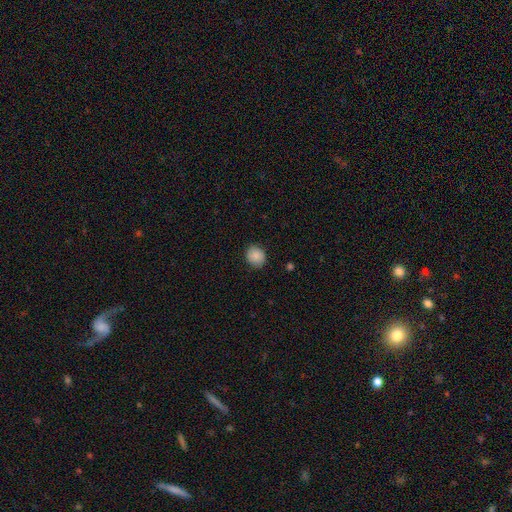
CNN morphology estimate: Smooth or featured? smooth (87%)
How rounded? round (74%)
Merging? none (87%)